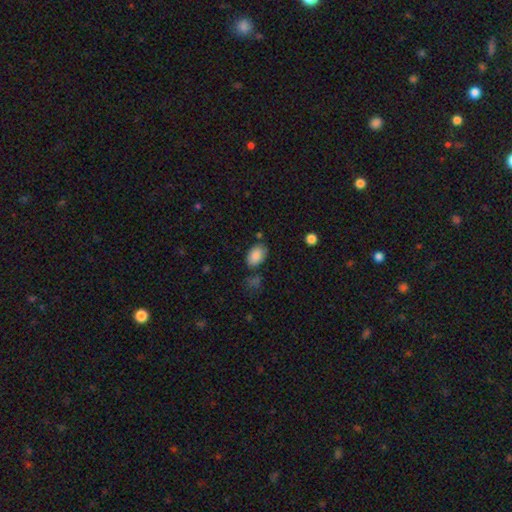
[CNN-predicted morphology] This is clearly a smooth galaxy (87%). How rounded: clearly in between (88%). Merging: likely none (70%).